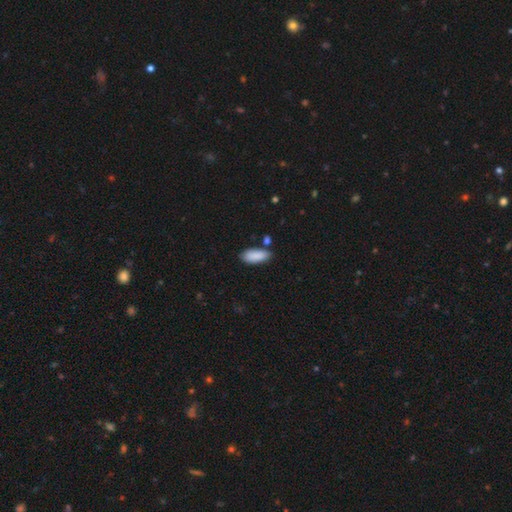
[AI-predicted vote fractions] Overall: smooth (89%). How rounded: in between (85%). Merging: none (73%).